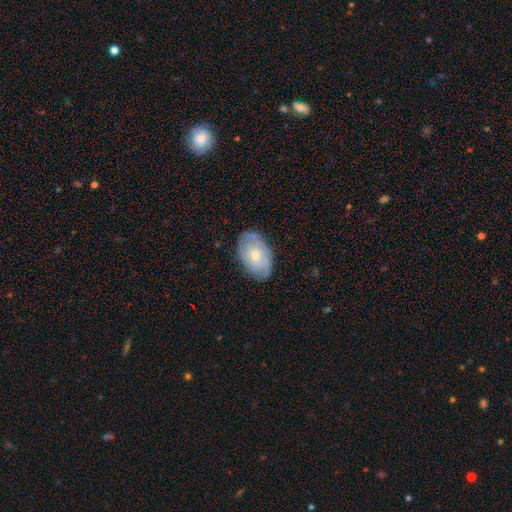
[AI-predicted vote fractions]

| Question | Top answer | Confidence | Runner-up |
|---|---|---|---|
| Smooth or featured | featured or disk | 51% | smooth (43%) |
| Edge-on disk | no | 94% | yes (6%) |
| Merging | none | 77% | minor disturbance (18%) |